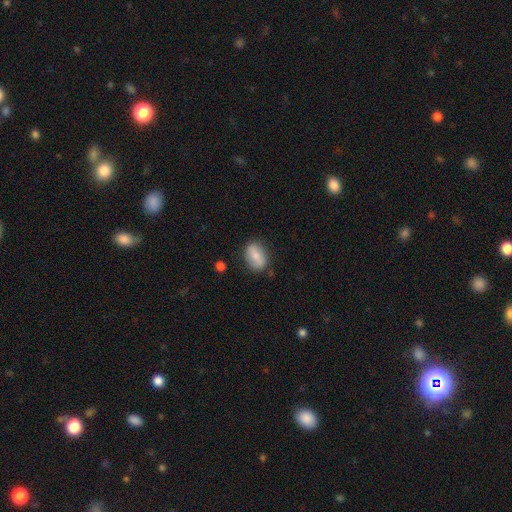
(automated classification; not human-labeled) Smooth or featured: smooth — 73% (featured or disk — 19%)
How rounded: in between — 82% (round — 15%)
Merging: none — 78% (minor disturbance — 16%)